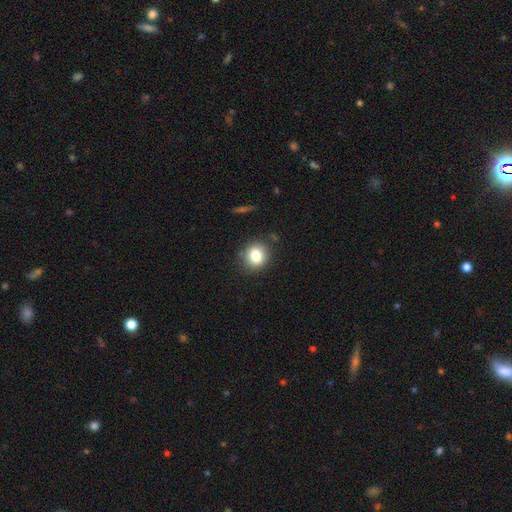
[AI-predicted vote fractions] A smooth galaxy with no disk features (81%) that is round (81%). Merging: none (84%).